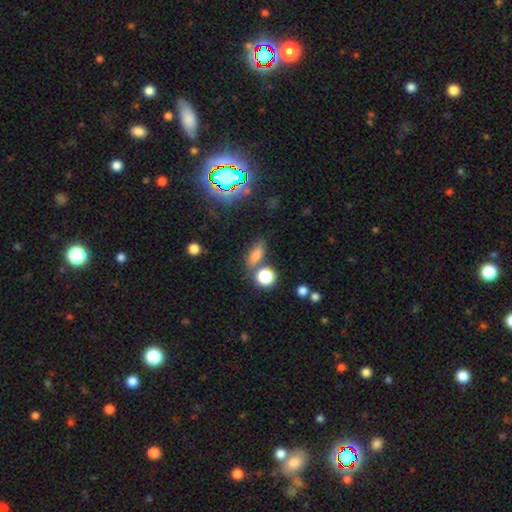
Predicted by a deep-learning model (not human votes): Q: Smooth or featured?
A: smooth (70%); runner-up: star or artifact (19%)
Q: How rounded?
A: in between (58%); runner-up: cigar-shaped (22%)
Q: Merging?
A: none (65%); runner-up: merger (15%)